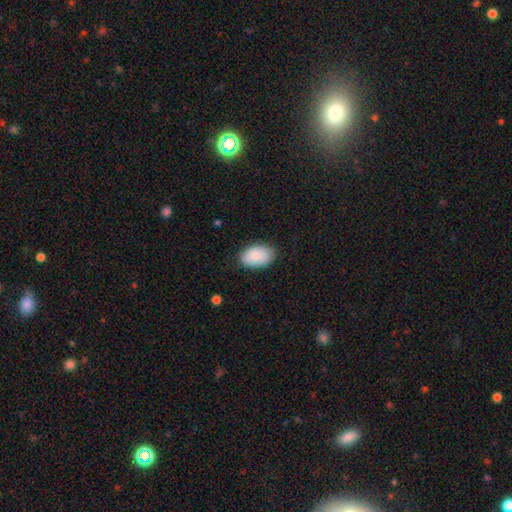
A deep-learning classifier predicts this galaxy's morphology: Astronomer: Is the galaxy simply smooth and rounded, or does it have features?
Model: smooth — 86%.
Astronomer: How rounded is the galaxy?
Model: in between — 90%.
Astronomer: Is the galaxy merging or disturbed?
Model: none — 84%.